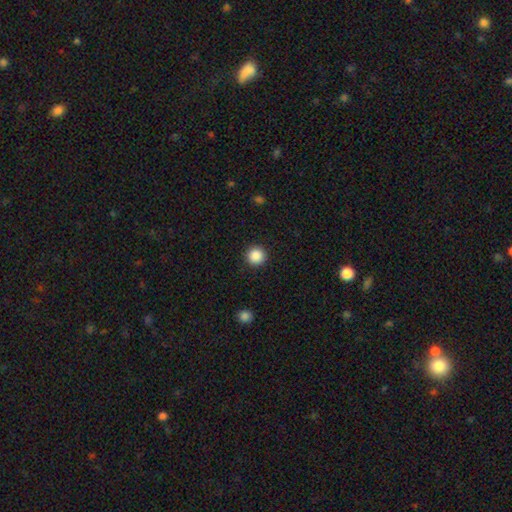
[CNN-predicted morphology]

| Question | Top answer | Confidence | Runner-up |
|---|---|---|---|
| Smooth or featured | smooth | 88% | star or artifact (10%) |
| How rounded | round | 96% | in between (3%) |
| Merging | none | 93% | minor disturbance (5%) |